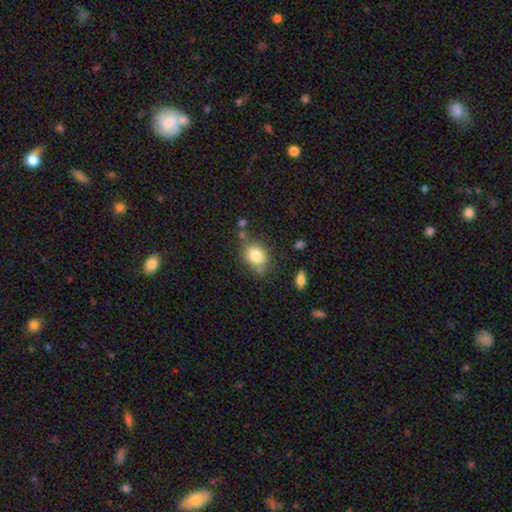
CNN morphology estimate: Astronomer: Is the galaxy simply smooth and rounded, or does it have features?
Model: smooth — 82%.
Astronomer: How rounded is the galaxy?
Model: round — 51% (runner-up: in between, 48%).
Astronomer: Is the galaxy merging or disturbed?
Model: none — 66%.